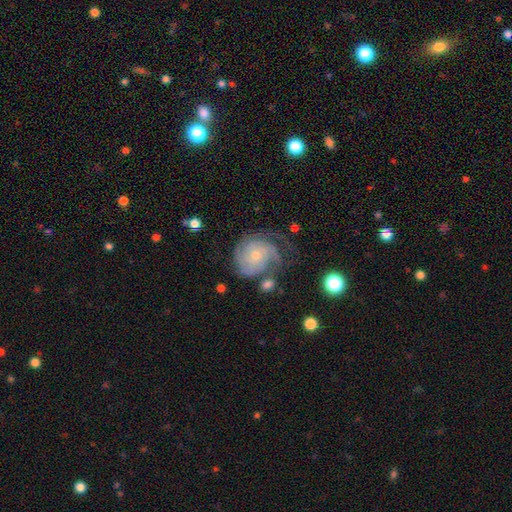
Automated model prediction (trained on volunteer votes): Smooth or featured: featured or disk — 83% (smooth — 11%)
Edge-on disk: no — 98% (yes — 2%)
Bar: no — 77% (weak — 19%)
Spiral arms: yes — 95% (no — 5%)
Spiral winding: tight — 69% (medium — 24%)
Spiral arm count: can't tell — 29% (3 — 28%)
Bulge size: small — 61% (moderate — 36%)
Merging: none — 52% (minor disturbance — 23%)